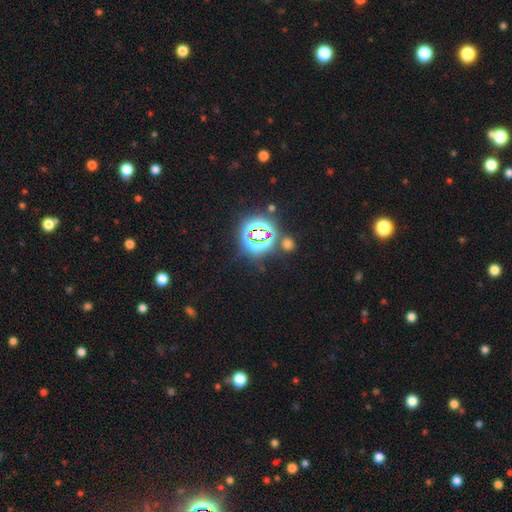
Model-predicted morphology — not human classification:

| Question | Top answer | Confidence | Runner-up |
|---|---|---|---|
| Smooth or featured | star or artifact | 83% | smooth (11%) |